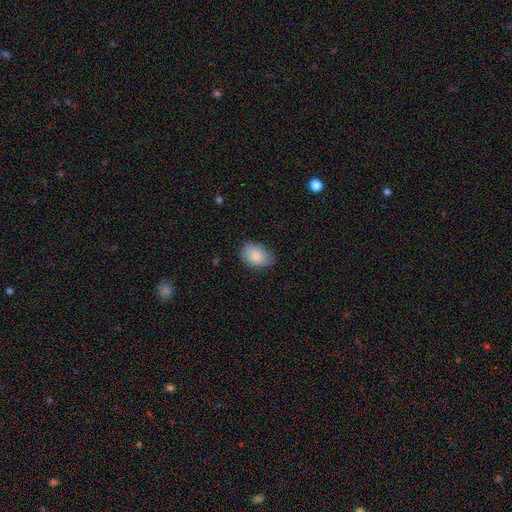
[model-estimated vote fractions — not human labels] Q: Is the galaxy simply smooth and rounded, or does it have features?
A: smooth — 85%.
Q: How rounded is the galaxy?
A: in between — 81%.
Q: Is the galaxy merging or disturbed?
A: none — 73%.